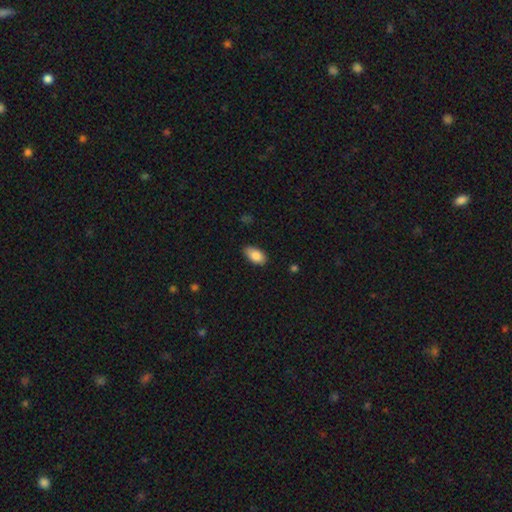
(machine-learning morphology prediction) Smooth or featured? smooth (86%)
How rounded? in between (93%)
Merging? none (82%)